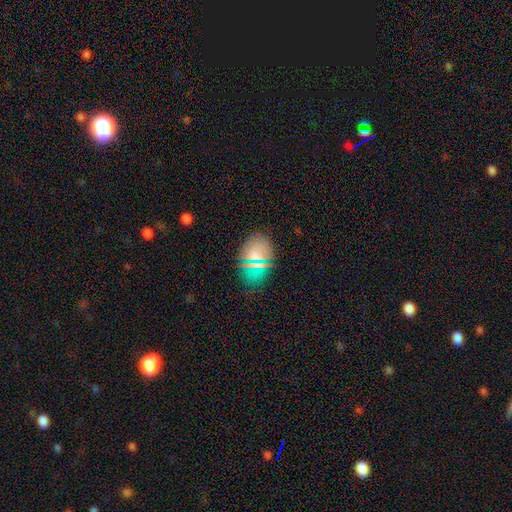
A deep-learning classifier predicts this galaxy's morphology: Smooth or featured? Predicted: smooth (p=0.68). How rounded? Predicted: in between (p=0.56). Merging? Predicted: none (p=0.80).